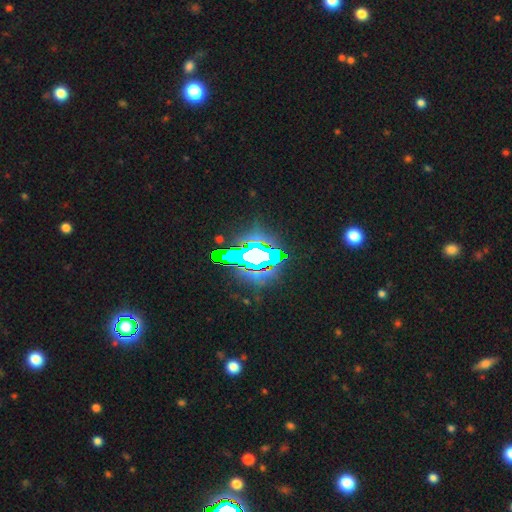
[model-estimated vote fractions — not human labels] This is possibly a star or artifact rather than a galaxy (51%).